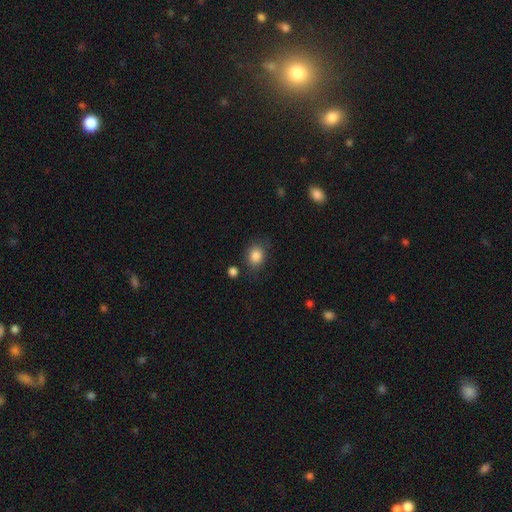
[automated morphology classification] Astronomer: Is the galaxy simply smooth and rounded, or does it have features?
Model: smooth — 85%.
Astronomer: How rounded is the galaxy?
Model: round — 57% (runner-up: in between, 42%).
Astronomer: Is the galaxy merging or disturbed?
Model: none — 75%.